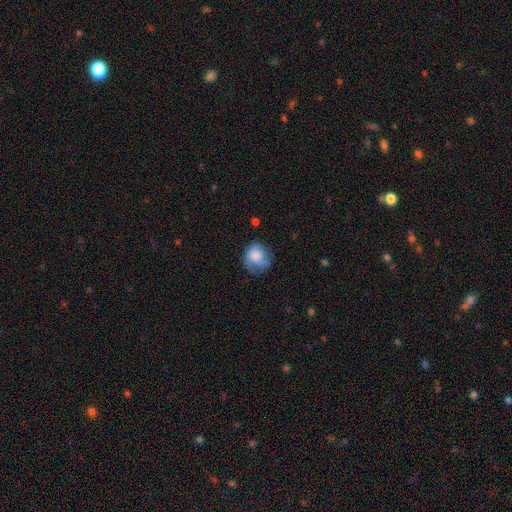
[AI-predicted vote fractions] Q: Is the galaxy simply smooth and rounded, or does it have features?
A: smooth — 71%.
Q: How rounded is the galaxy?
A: round — 78%.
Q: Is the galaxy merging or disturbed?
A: none — 55%.